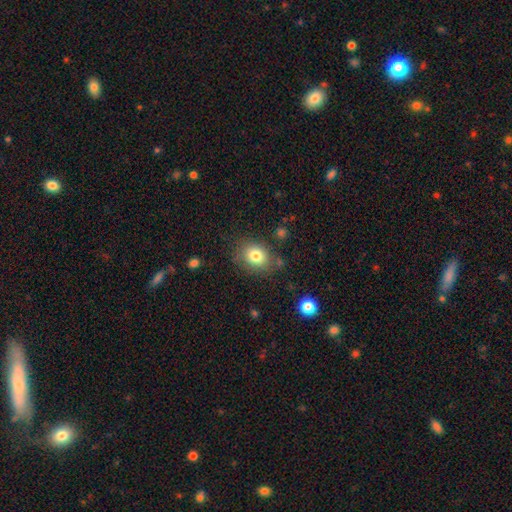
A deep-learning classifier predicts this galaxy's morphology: Q: Smooth or featured?
A: smooth (80%); runner-up: star or artifact (10%)
Q: How rounded?
A: in between (53%); runner-up: round (46%)
Q: Merging?
A: none (76%); runner-up: minor disturbance (15%)